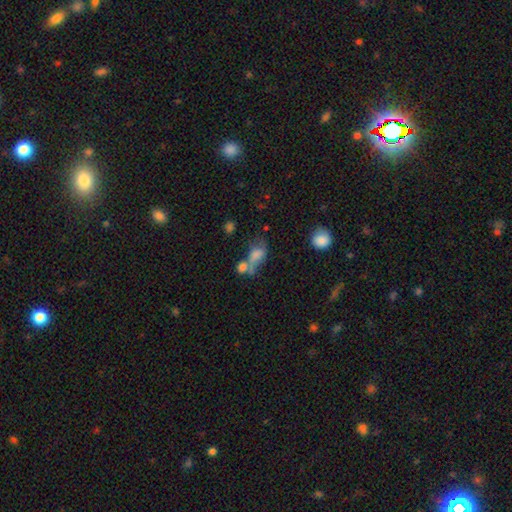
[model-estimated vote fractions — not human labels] smooth-or-featured: smooth: 65% | featured or disk: 22% | star or artifact: 13%
  how-rounded: in between: 80% | round: 16% | cigar-shaped: 4%
  merging: merger: 48% | none: 19% | major disturbance: 19% | minor disturbance: 13%